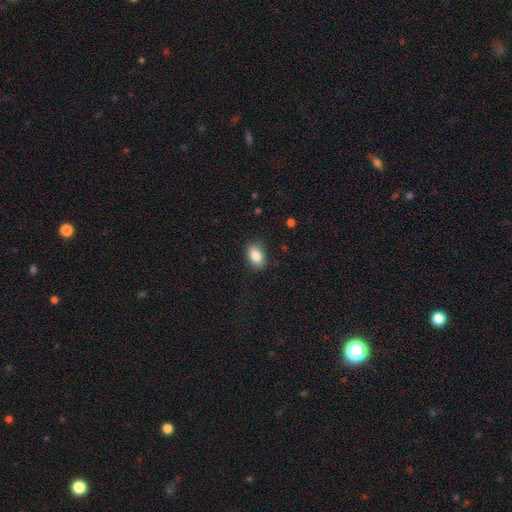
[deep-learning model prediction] Morphology: type=smooth (84%); roundness=in between (83%); merging=none (83%).